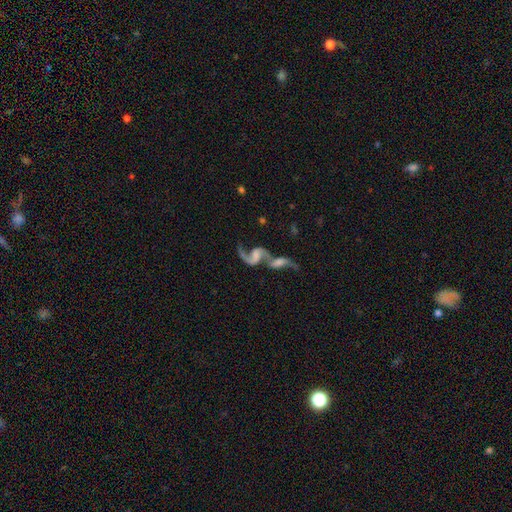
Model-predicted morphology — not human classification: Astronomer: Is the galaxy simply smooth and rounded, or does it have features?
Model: featured or disk — 81%.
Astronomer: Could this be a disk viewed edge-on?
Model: no — 96%.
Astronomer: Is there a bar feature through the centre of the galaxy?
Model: no — 45% (runner-up: weak, 38%).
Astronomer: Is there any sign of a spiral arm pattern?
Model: yes — 92%.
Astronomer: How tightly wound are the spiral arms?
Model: loose — 74%.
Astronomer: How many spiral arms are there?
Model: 2 — 78%.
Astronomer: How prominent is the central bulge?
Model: none — 42% (runner-up: small, 24%).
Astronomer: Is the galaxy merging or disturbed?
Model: merger — 63%.